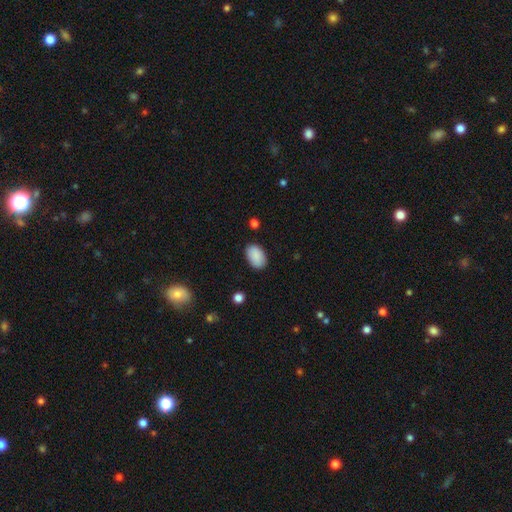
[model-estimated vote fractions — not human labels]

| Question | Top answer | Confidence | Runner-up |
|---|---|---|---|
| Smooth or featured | smooth | 90% | star or artifact (6%) |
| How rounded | in between | 92% | round (7%) |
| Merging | none | 86% | minor disturbance (10%) |